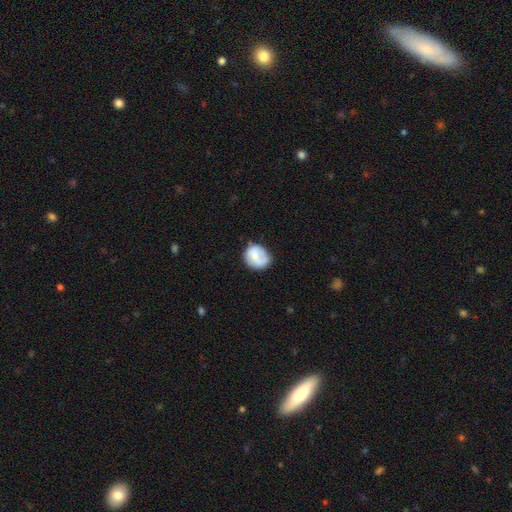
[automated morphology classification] type=smooth (65%); roundness=round (70%); merging=none (61%).